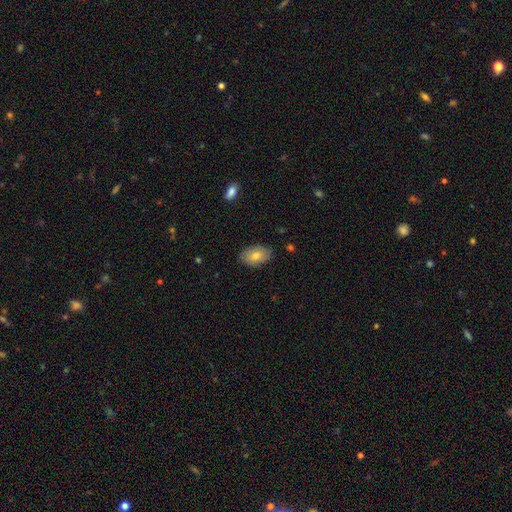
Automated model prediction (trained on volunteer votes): Q: Smooth or featured?
A: smooth (72%); runner-up: featured or disk (21%)
Q: How rounded?
A: in between (91%); runner-up: round (8%)
Q: Merging?
A: none (83%); runner-up: minor disturbance (13%)